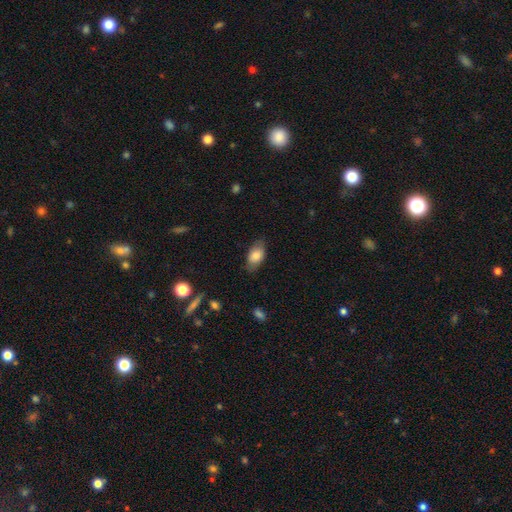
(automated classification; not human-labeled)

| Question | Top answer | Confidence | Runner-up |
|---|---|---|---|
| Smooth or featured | smooth | 79% | featured or disk (14%) |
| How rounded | in between | 92% | round (5%) |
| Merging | none | 78% | minor disturbance (16%) |